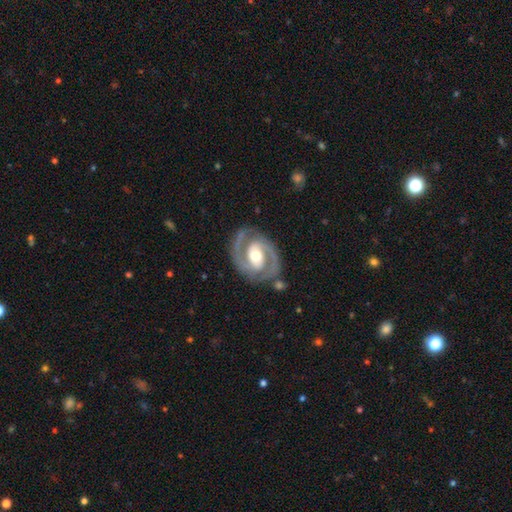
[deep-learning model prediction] Morphology: type=featured or disk (90%); edge-on=no (98%); bar=weak (38%); spiral arms=yes (96%); winding=tight (47%); arm count=2 (92%); bulge=moderate (72%); merging=none (82%).